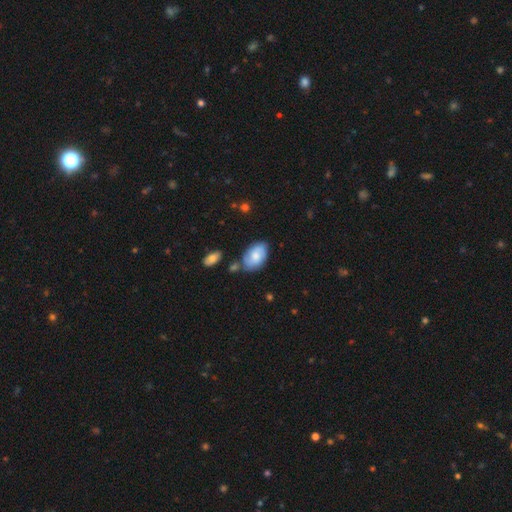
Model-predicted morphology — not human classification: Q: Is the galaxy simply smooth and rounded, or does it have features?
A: smooth — 56%.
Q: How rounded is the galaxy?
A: in between — 89%.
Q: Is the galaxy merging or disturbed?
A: none — 67%.